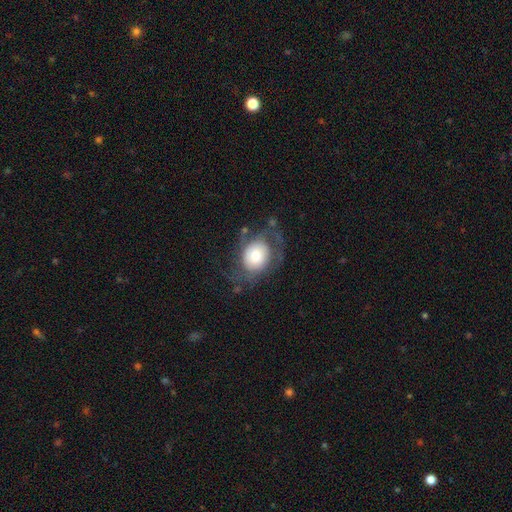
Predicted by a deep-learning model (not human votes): featured or disk 48%, smooth 45%, star or artifact 7%. Down the decision tree: merging — none (45%).